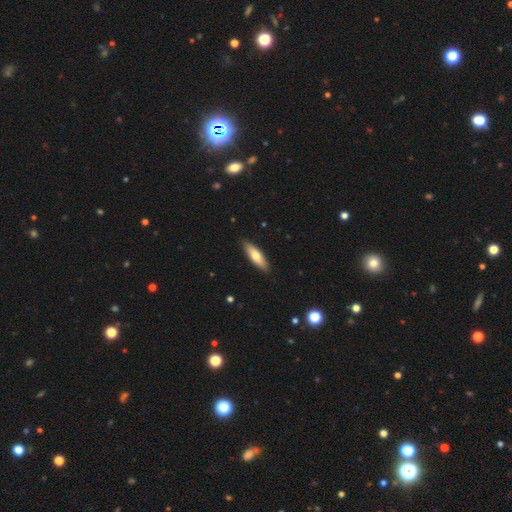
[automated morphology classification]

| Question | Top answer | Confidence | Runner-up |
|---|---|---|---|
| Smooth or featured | smooth | 66% | featured or disk (29%) |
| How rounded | cigar-shaped | 55% | in between (43%) |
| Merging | none | 89% | minor disturbance (9%) |